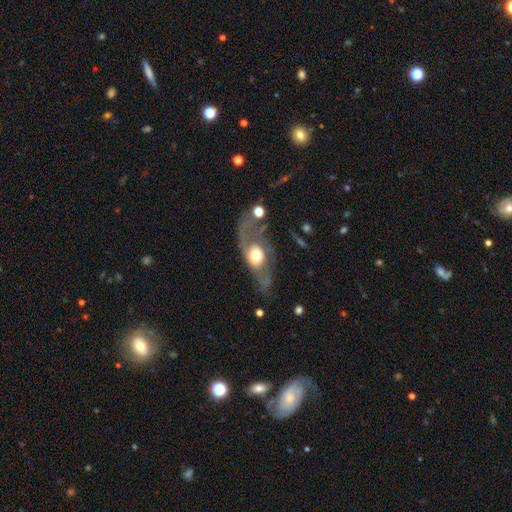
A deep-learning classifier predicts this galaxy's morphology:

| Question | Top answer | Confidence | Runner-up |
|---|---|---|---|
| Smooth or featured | featured or disk | 64% | smooth (30%) |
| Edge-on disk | no | 89% | yes (11%) |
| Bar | no | 79% | weak (16%) |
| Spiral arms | yes | 62% | no (38%) |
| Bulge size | moderate | 53% | large (35%) |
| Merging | major disturbance | 41% | none (33%) |